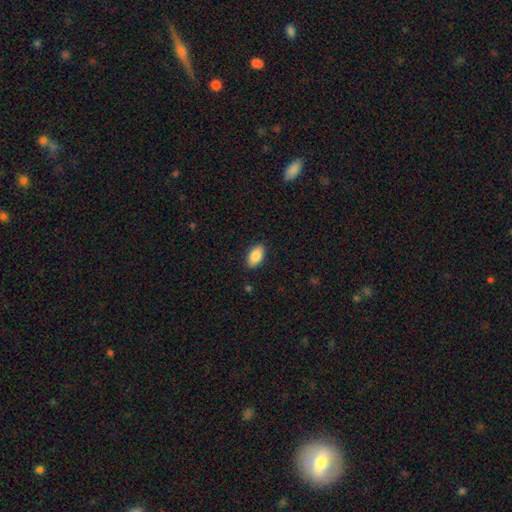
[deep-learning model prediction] smooth 87%, star or artifact 7%, featured or disk 6%. Down the decision tree: how rounded — in between (93%); merging — none (88%).